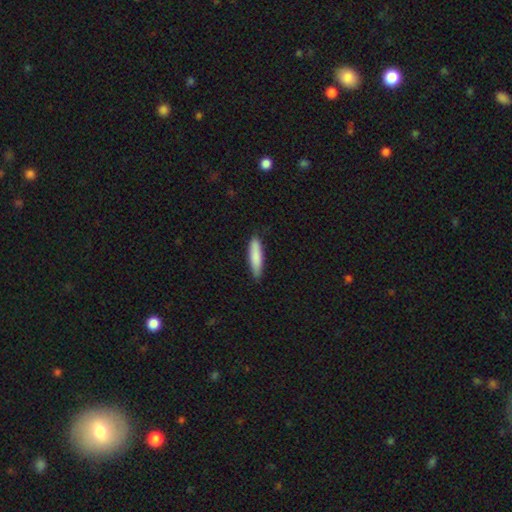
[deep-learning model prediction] This appears to be a smooth galaxy with no disk features (84%) that is cigar-shaped (73%). Merging: none (81%).